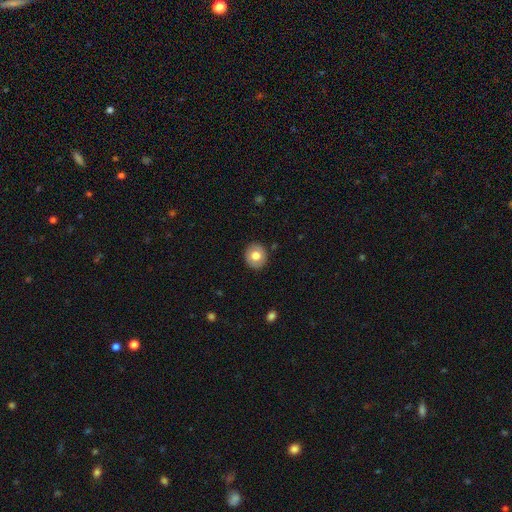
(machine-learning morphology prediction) Q: Smooth or featured?
A: smooth (71%); runner-up: featured or disk (21%)
Q: How rounded?
A: round (80%); runner-up: in between (19%)
Q: Merging?
A: none (89%); runner-up: minor disturbance (8%)